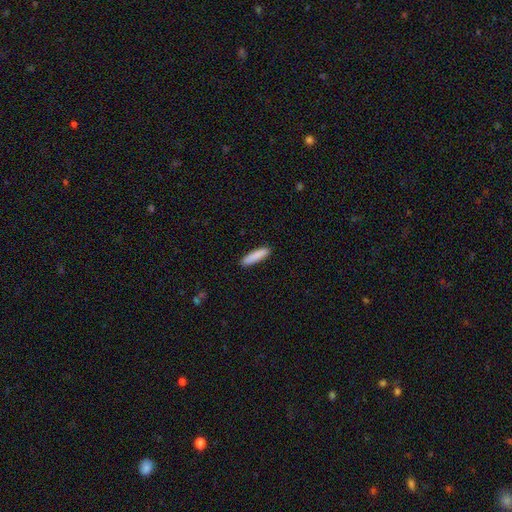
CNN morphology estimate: type=smooth (88%); roundness=cigar-shaped (80%); merging=none (91%).